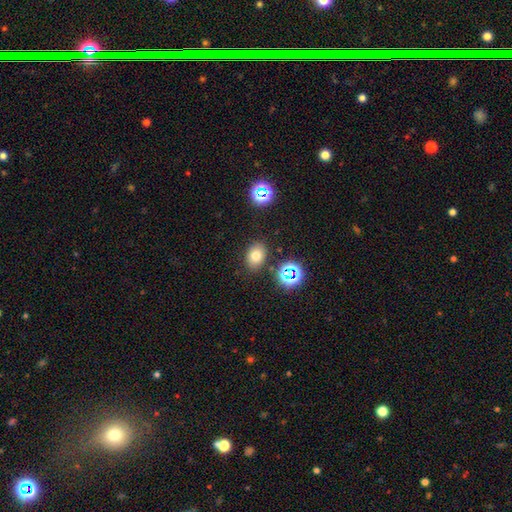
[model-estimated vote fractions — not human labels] Smooth or featured: smooth — 72% (star or artifact — 17%)
How rounded: in between — 67% (round — 32%)
Merging: none — 84% (minor disturbance — 10%)